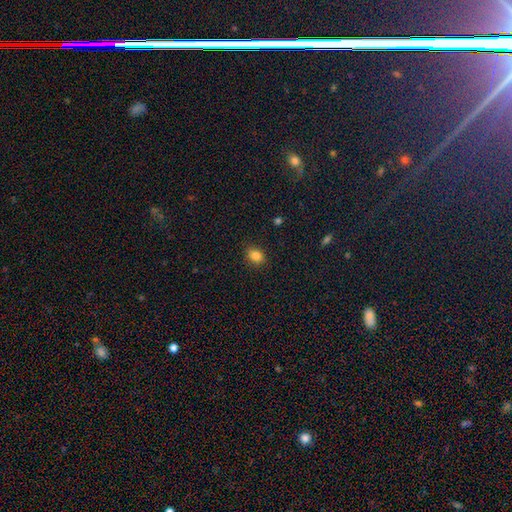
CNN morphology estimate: A smooth galaxy with no disk features (84%) that is in between round and cigar-shaped (58%).

Vote fractions:
- Smooth or featured? smooth: 84% / star or artifact: 11% / featured or disk: 4%
- How rounded? in between: 58% / round: 41% / cigar-shaped: 1%
- Merging? none: 83% / minor disturbance: 13% / major disturbance: 3% / merger: 1%